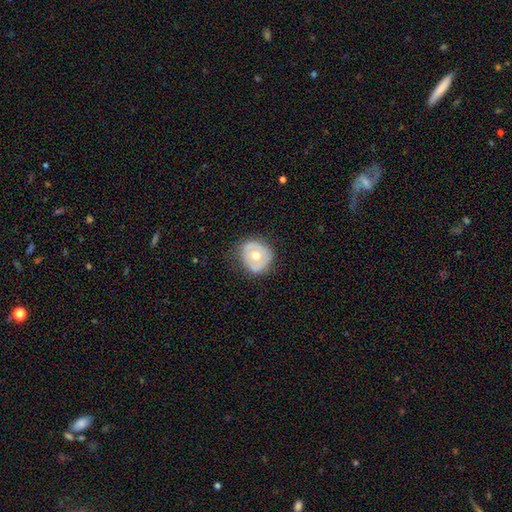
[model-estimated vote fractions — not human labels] Smooth or featured: featured or disk — 48% (smooth — 45%)
Merging: none — 75% (minor disturbance — 19%)